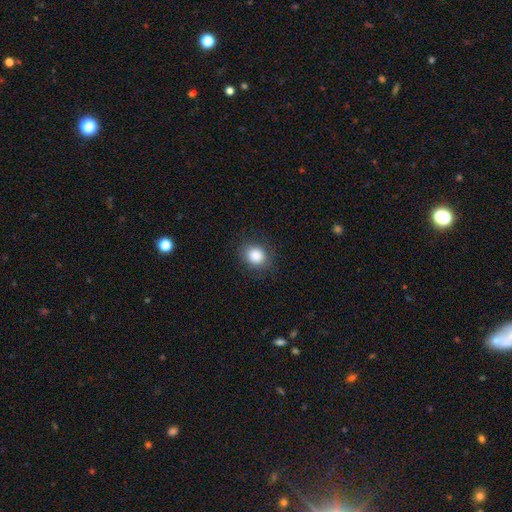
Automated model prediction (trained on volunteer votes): A smooth galaxy with no disk features (86%) that is round (72%). Merging: none (86%).